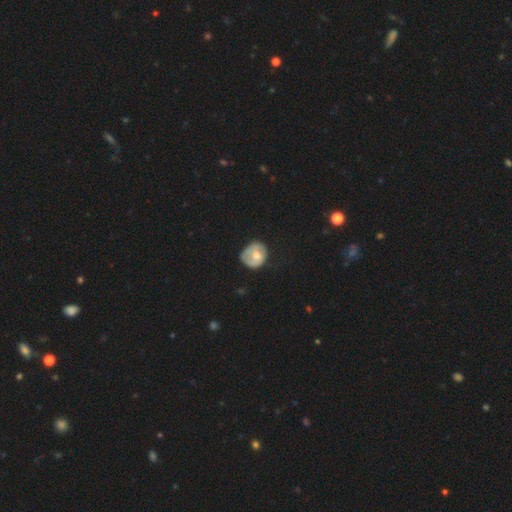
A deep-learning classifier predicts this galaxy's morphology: Q: Smooth or featured?
A: smooth (61%); runner-up: featured or disk (32%)
Q: How rounded?
A: round (64%); runner-up: in between (35%)
Q: Merging?
A: none (46%); runner-up: minor disturbance (35%)